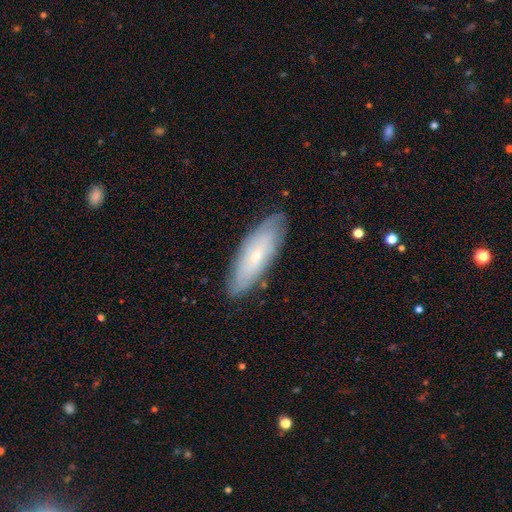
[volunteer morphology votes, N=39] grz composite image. It shows a smooth galaxy with no disk features (54%) that is in between round and cigar-shaped (52%). Merging: none (92%).